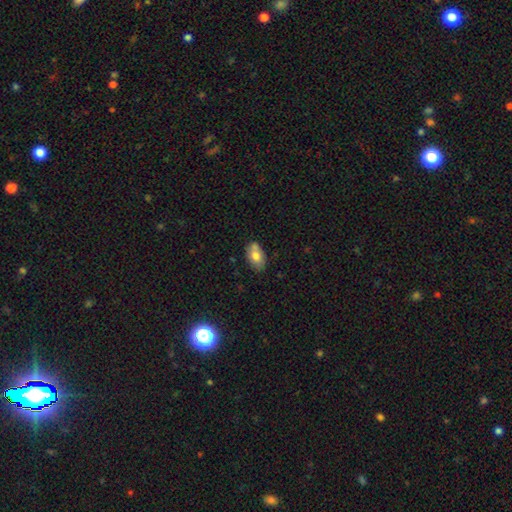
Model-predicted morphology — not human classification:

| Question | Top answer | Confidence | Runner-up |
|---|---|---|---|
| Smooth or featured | smooth | 74% | featured or disk (18%) |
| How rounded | in between | 89% | round (9%) |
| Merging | none | 65% | minor disturbance (20%) |